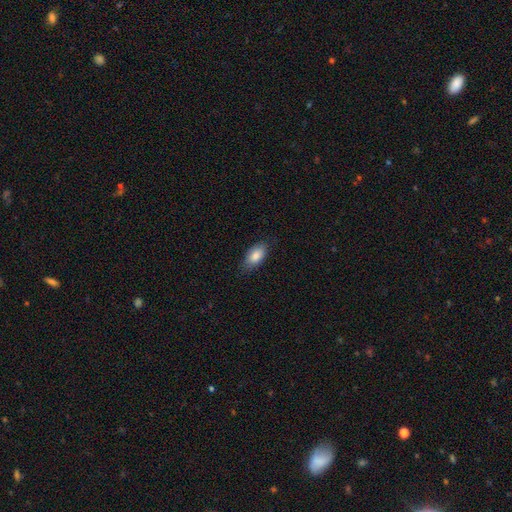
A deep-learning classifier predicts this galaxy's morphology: smooth-or-featured: smooth: 85% | featured or disk: 9% | star or artifact: 6%
  how-rounded: in between: 91% | cigar-shaped: 5% | round: 3%
  merging: none: 78% | minor disturbance: 17% | major disturbance: 3% | merger: 1%